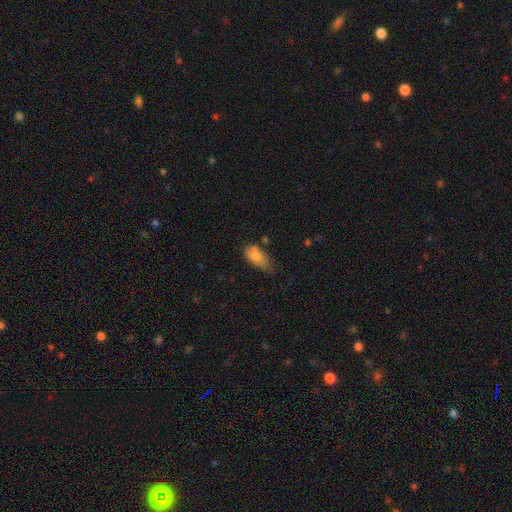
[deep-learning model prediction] A smooth galaxy with no disk features (75%) that is in between round and cigar-shaped (87%).

Vote fractions:
- Smooth or featured? smooth: 75% / featured or disk: 17% / star or artifact: 8%
- How rounded? in between: 87% / cigar-shaped: 8% / round: 5%
- Merging? none: 38% (tied) / minor disturbance: 38% (tied) / major disturbance: 14% / merger: 11%